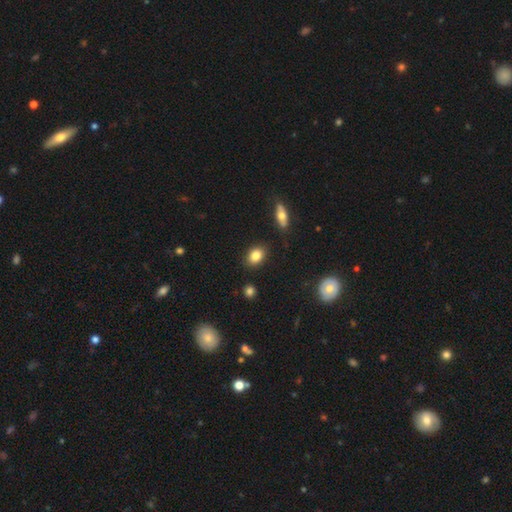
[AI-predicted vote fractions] Morphology: type=smooth (84%); roundness=in between (71%); merging=none (86%).